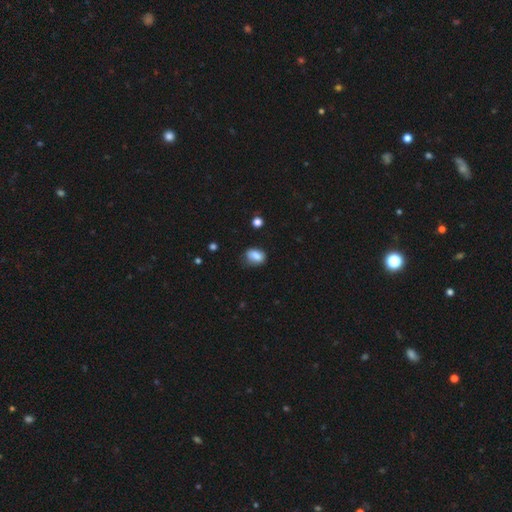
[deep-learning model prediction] Smooth or featured? smooth (81%)
How rounded? in between (76%)
Merging? none (57%)